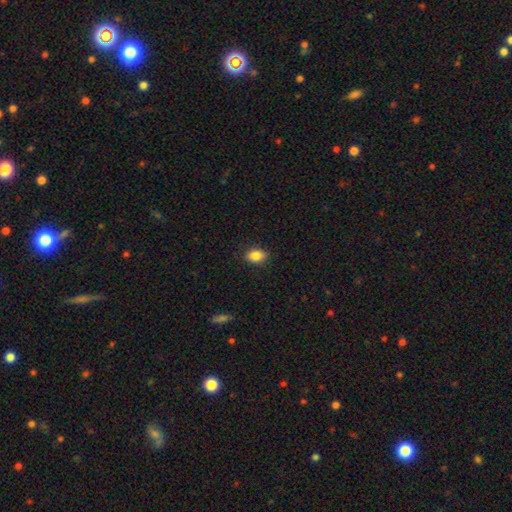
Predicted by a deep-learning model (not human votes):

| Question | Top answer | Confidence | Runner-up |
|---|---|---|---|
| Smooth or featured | smooth | 85% | star or artifact (9%) |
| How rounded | in between | 78% | round (19%) |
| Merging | none | 86% | minor disturbance (11%) |